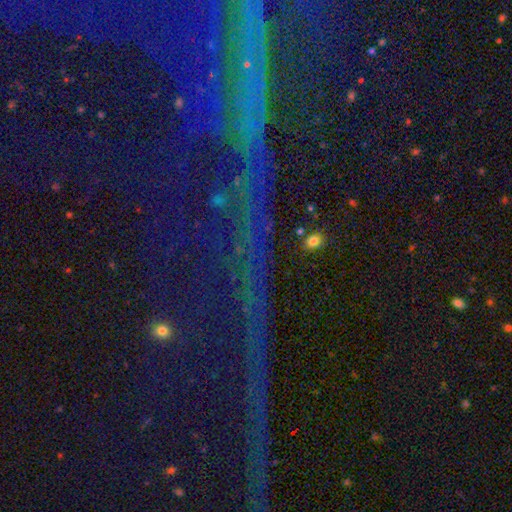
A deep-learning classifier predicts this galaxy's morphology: A star or artifact, not a galaxy (80%).